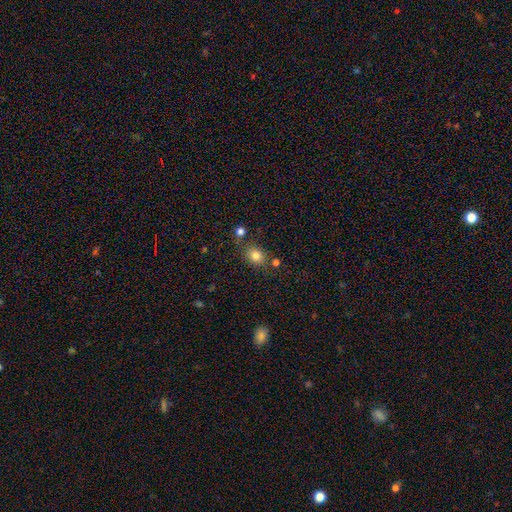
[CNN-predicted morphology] smooth-or-featured: smooth: 82% | star or artifact: 12% | featured or disk: 7%
  how-rounded: round: 59% | in between: 40% | cigar-shaped: 1%
  merging: none: 72% | minor disturbance: 14% | merger: 11% | major disturbance: 4%